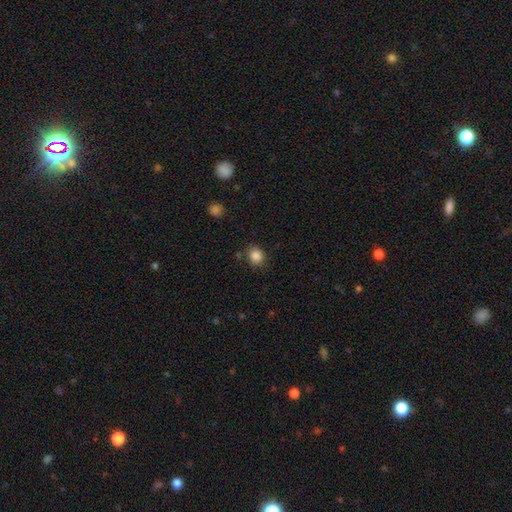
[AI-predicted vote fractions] Smooth or featured: smooth — 86% (star or artifact — 10%)
How rounded: round — 70% (in between — 29%)
Merging: none — 82% (minor disturbance — 11%)